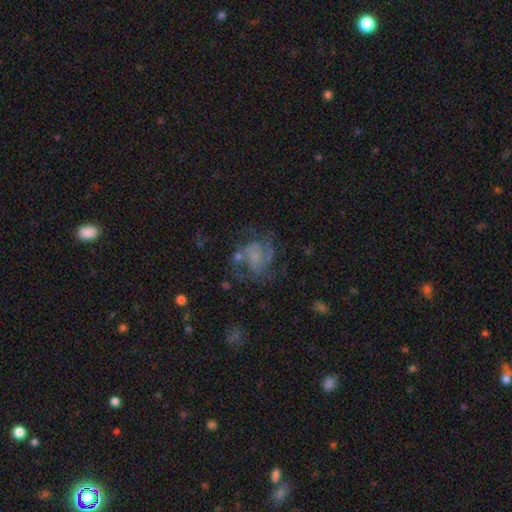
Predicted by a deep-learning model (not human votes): A featured or disk galaxy (55%) with no bar (70%), spiral arms (64%) and no central bulge (43%).

Vote fractions:
- Smooth or featured? featured or disk: 55% / smooth: 31% / star or artifact: 13%
- Edge-on disk? no: 98% / yes: 2%
- Bar? no: 70% / weak: 24% / strong: 5%
- Spiral arms? yes: 64% / no: 36%
- Bulge size? none: 43% / small: 32% / moderate: 19% / large: 5% / dominant: 2%
- Merging? none: 43% / major disturbance: 29% / minor disturbance: 20% / merger: 8%